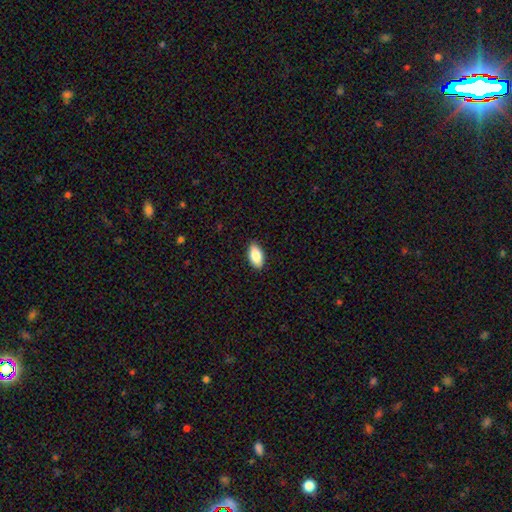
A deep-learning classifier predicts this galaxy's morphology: A smooth galaxy with no disk features (86%) that is in between round and cigar-shaped (92%).

Vote fractions:
- Smooth or featured? smooth: 86% / featured or disk: 7% / star or artifact: 7%
- How rounded? in between: 92% / cigar-shaped: 5% / round: 3%
- Merging? none: 88% / minor disturbance: 9% / major disturbance: 2% / merger: 1%